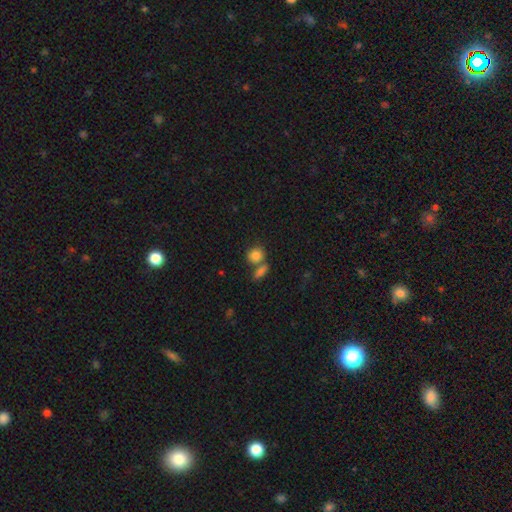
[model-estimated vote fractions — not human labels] This is clearly a smooth galaxy (84%). How rounded: likely round (66%). Merging: possibly none (48%).